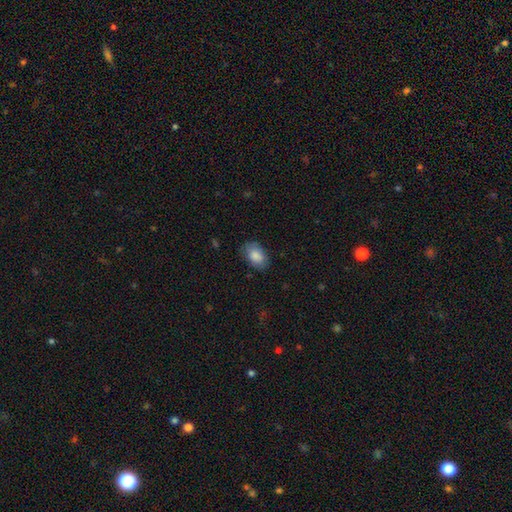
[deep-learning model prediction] This is clearly a smooth galaxy (86%). How rounded: clearly in between (87%). Merging: likely none (79%).